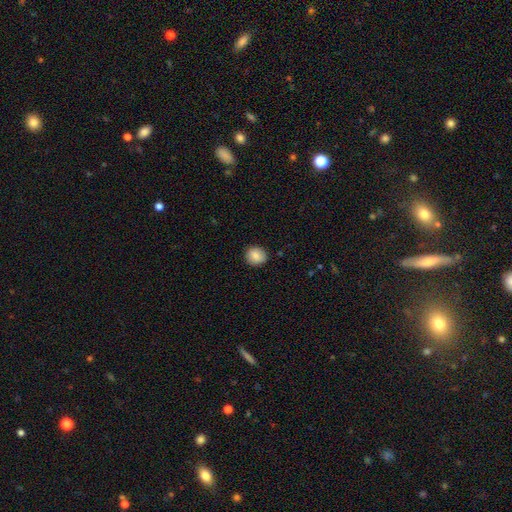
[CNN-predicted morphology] smooth 86%, star or artifact 8%, featured or disk 6%. Down the decision tree: how rounded — round (79%); merging — none (88%).